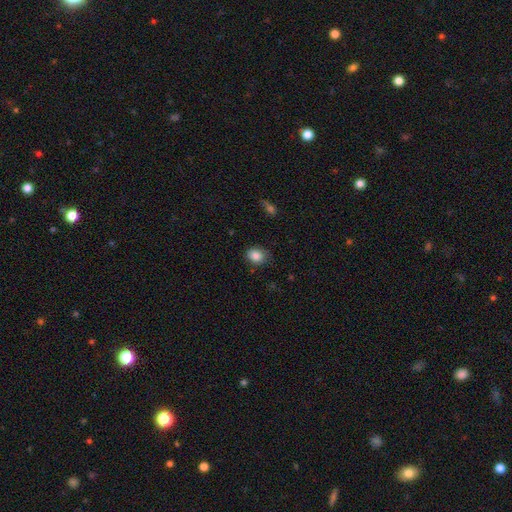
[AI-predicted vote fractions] A smooth galaxy with no disk features (86%) that is round (53%). Merging: none (74%).